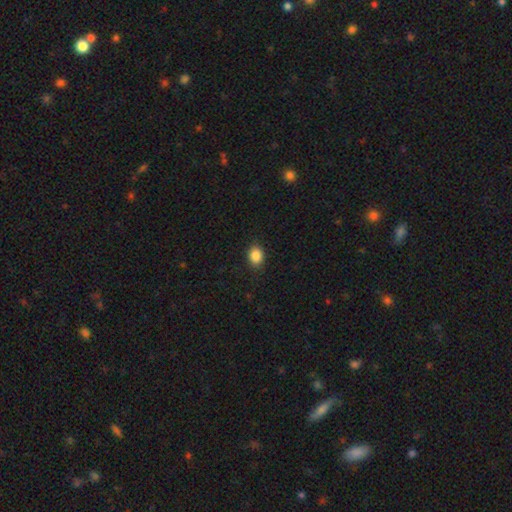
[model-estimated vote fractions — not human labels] Q: Smooth or featured?
A: smooth (87%); runner-up: star or artifact (9%)
Q: How rounded?
A: in between (58%); runner-up: round (41%)
Q: Merging?
A: none (88%); runner-up: minor disturbance (9%)